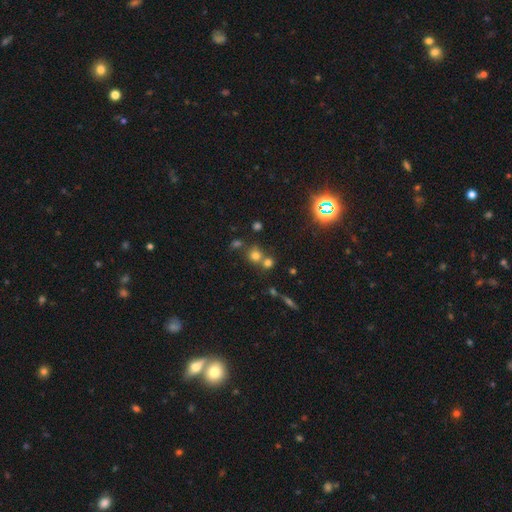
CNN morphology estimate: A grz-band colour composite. It shows a smooth galaxy with no disk features (66%) that is round (86%). Merging: none (54%).